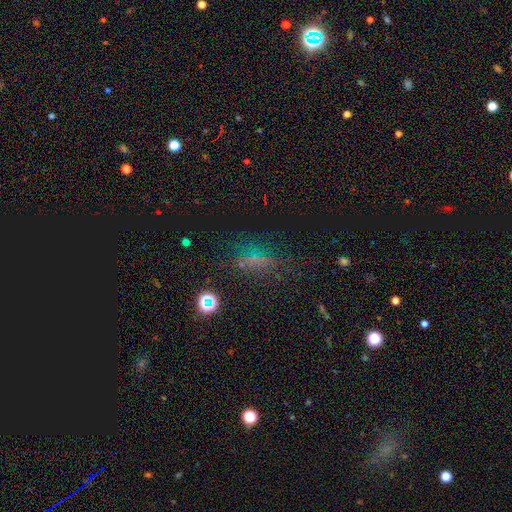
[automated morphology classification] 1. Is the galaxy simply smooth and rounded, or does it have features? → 47% smooth, 35% star or artifact, 18% featured or disk.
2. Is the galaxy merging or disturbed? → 64% none, 18% minor disturbance, 14% major disturbance, 5% merger.